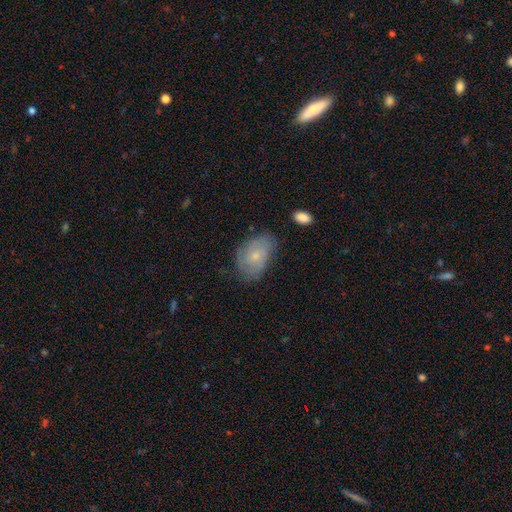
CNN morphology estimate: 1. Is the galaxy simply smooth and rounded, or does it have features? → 55% featured or disk, 38% smooth, 8% star or artifact.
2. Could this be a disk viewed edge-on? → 96% no, 4% yes.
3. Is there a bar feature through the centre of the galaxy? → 79% no, 19% weak, 2% strong.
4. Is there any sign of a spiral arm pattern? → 81% yes, 19% no.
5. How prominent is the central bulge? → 69% small, 25% moderate, 3% none, 1% large, 1% dominant.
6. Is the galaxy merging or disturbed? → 64% none, 26% minor disturbance, 9% major disturbance, 2% merger.